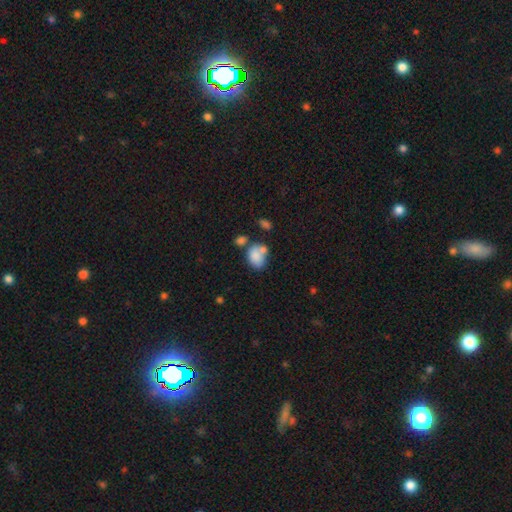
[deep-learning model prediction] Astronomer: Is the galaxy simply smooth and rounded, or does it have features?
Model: smooth — 79%.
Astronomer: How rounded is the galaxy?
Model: in between — 72%.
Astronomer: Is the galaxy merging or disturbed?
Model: merger — 39% (runner-up: none, 36%).